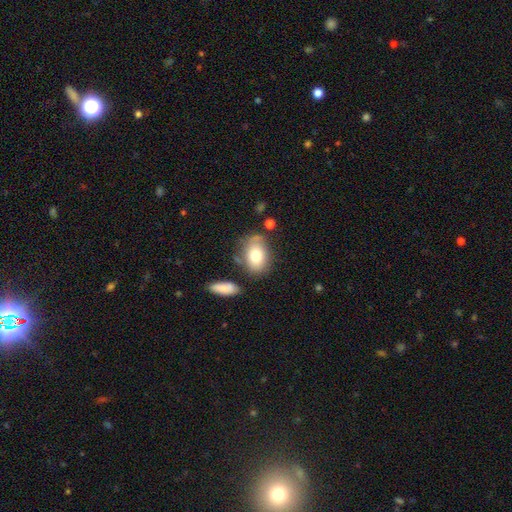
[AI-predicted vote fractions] A smooth galaxy with no disk features (76%) that is in between round and cigar-shaped (80%). Merging: none (64%).